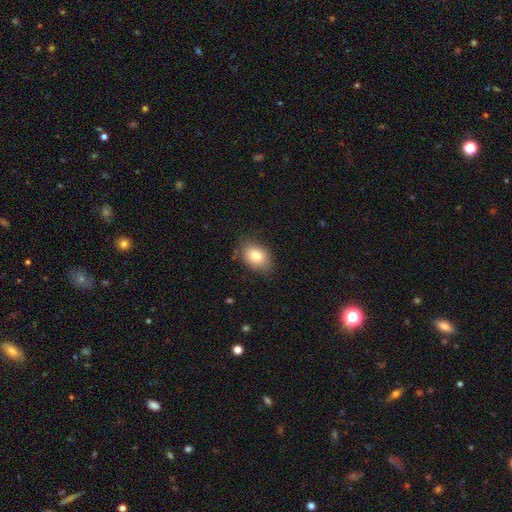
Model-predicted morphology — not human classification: Overall: smooth (82%). How rounded: in between (77%). Merging: none (81%).